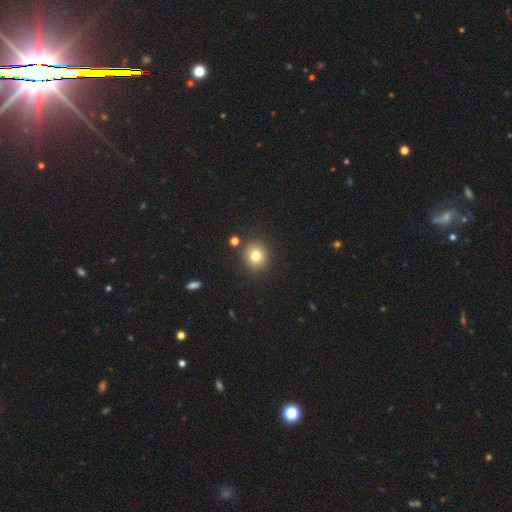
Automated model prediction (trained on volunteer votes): A smooth galaxy with no disk features (79%) that is round (87%). Merging: none (88%).